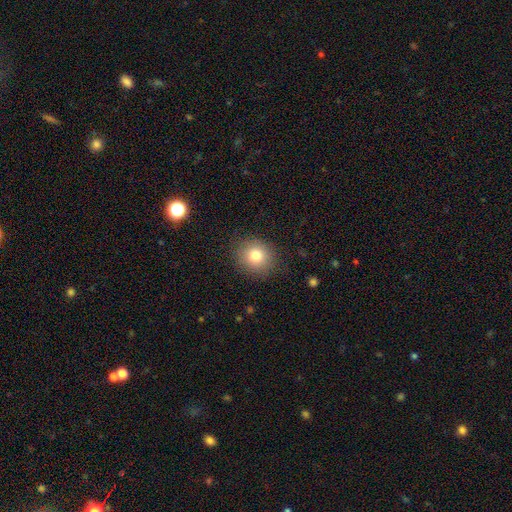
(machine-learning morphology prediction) Q: Smooth or featured?
A: smooth (80%); runner-up: star or artifact (11%)
Q: How rounded?
A: round (82%); runner-up: in between (17%)
Q: Merging?
A: none (88%); runner-up: minor disturbance (8%)